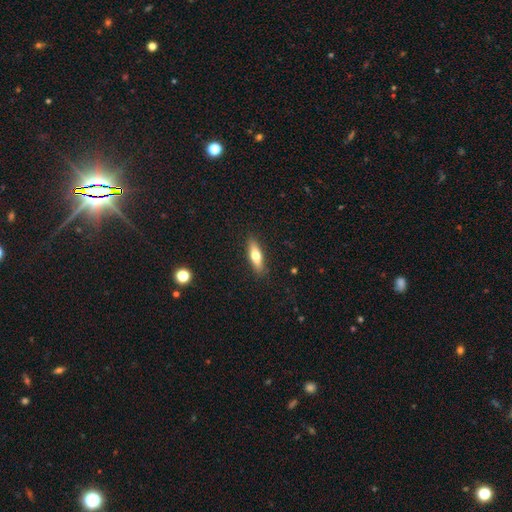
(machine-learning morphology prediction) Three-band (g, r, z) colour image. It shows a smooth galaxy with no disk features (64%) that is cigar-shaped (54%). Merging: none (88%).